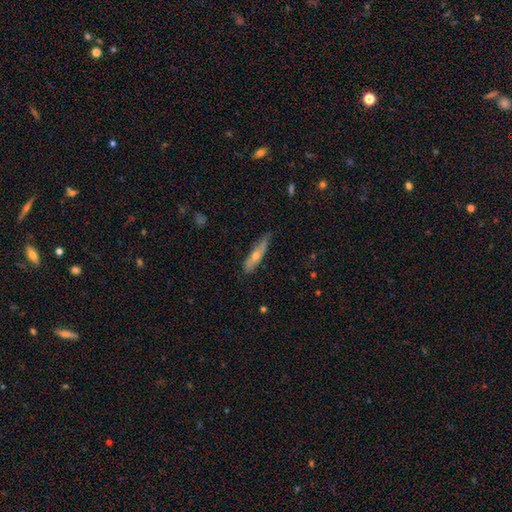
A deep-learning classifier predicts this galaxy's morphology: This appears to be a featured or disk galaxy (47%). Merging: none (77%).